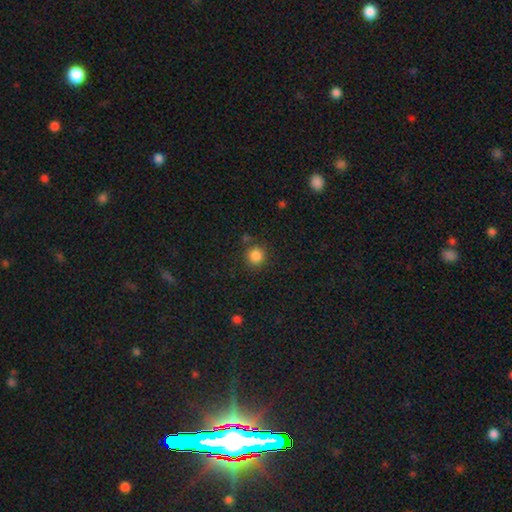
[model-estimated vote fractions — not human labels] Smooth or featured? Predicted: smooth (p=0.86). How rounded? Predicted: round (p=0.92). Merging? Predicted: none (p=0.84).